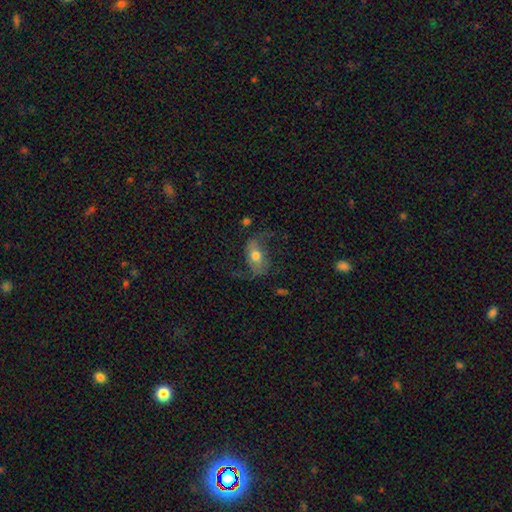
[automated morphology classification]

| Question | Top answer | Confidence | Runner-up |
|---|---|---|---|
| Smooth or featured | featured or disk | 61% | smooth (30%) |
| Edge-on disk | no | 92% | yes (8%) |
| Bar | no | 43% | weak (34%) |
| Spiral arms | yes | 82% | no (18%) |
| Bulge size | moderate | 70% | small (14%) |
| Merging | none | 60% | minor disturbance (20%) |